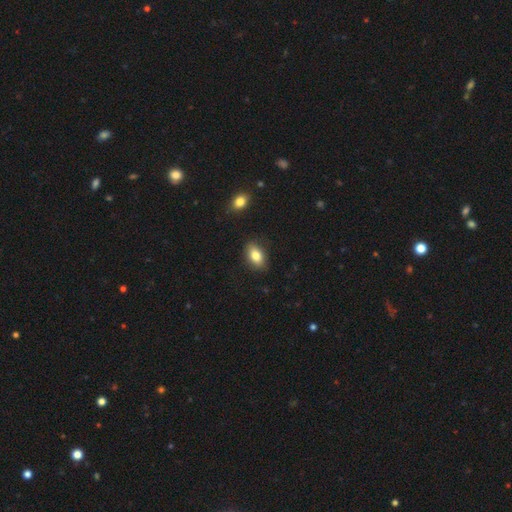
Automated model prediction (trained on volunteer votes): Overall: smooth (82%). How rounded: in between (89%). Merging: none (85%).